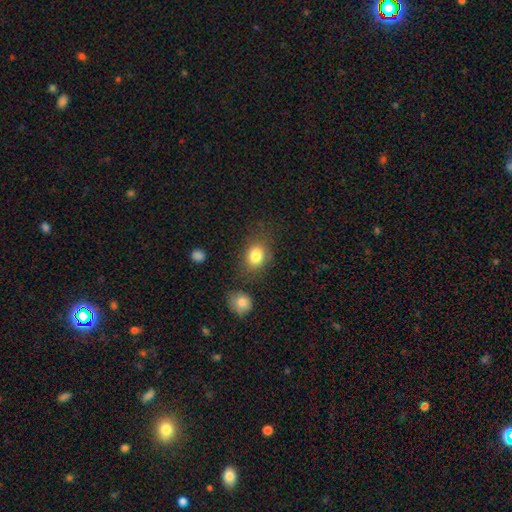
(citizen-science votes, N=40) A smooth galaxy with no disk features (85%) that is in between round and cigar-shaped (56%). Merging: none (71%).